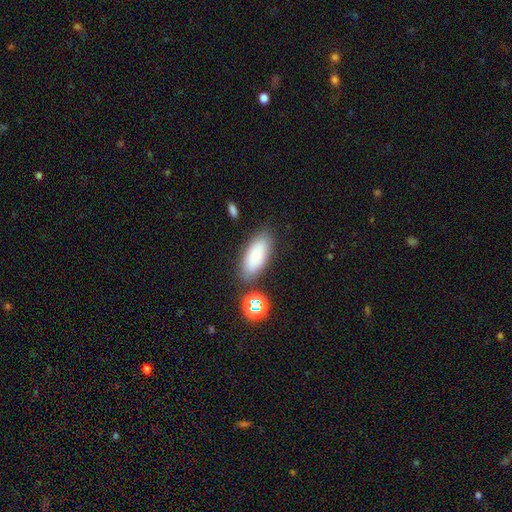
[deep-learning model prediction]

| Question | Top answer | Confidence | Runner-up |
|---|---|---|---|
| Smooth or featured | smooth | 82% | star or artifact (9%) |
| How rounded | in between | 86% | cigar-shaped (11%) |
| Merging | none | 80% | minor disturbance (11%) |